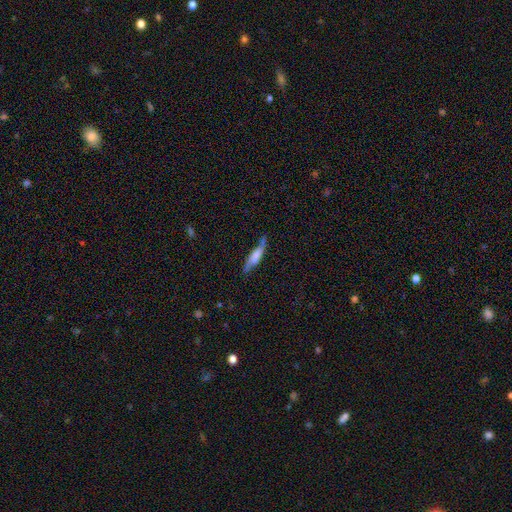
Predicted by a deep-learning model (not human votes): smooth 54%, featured or disk 40%, star or artifact 7%. Down the decision tree: how rounded — cigar-shaped (77%); merging — none (64%).